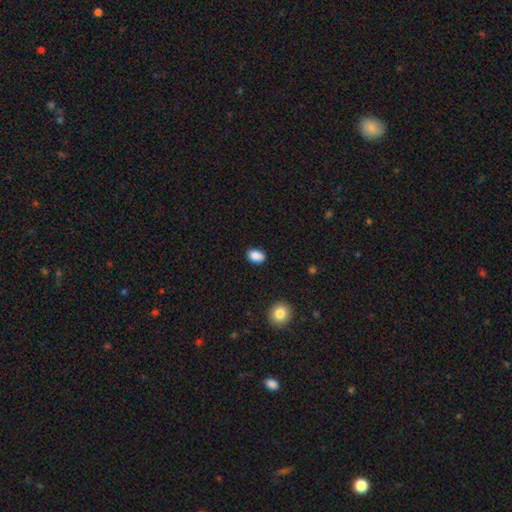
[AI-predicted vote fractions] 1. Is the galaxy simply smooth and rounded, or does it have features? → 87% smooth, 9% star or artifact, 4% featured or disk.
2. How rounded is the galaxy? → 79% in between, 19% round, 1% cigar-shaped.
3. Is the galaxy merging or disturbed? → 83% none, 13% minor disturbance, 2% major disturbance, 2% merger.